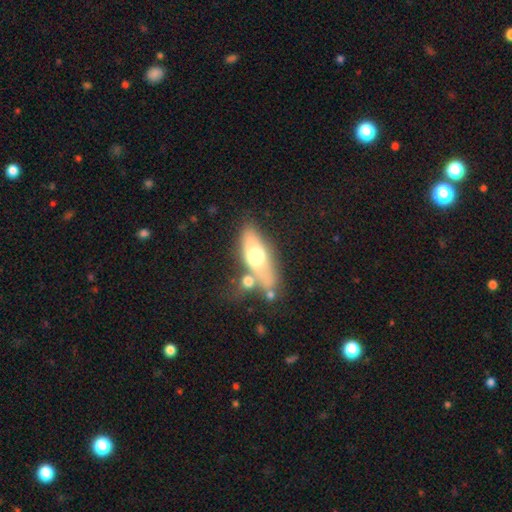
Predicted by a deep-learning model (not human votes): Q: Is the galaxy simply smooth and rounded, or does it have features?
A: smooth — 54%.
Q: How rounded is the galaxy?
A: in between — 58%.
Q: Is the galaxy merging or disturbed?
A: none — 61%.